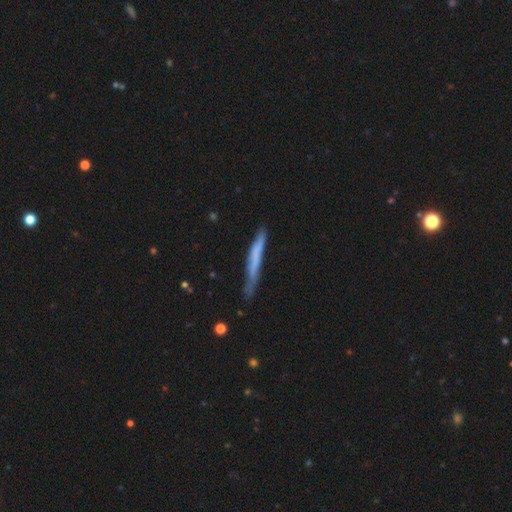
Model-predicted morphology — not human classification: A smooth galaxy with no disk features (58%) that is cigar-shaped (96%). Merging: none (64%).